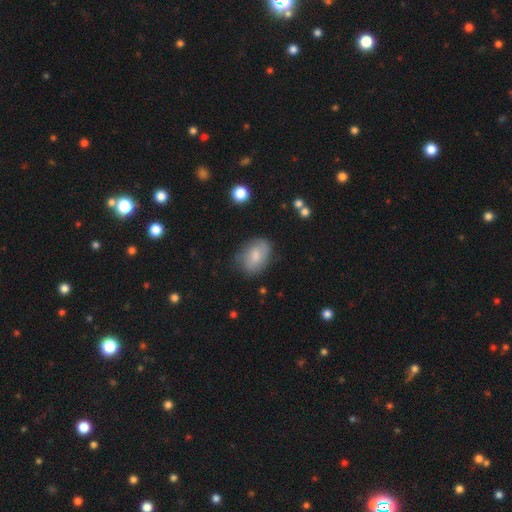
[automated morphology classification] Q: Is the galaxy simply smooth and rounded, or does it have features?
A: smooth — 70%.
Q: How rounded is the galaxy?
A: in between — 82%.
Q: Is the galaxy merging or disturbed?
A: none — 71%.